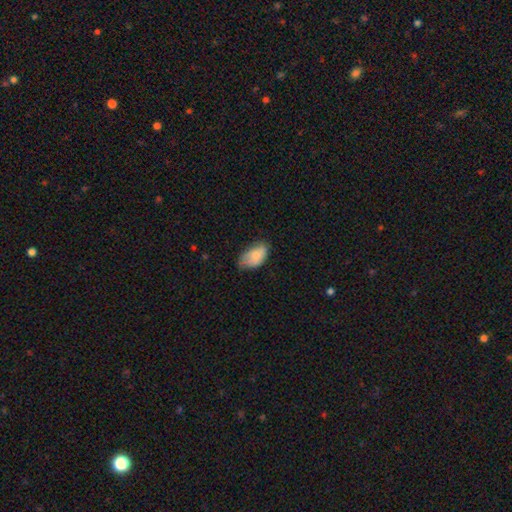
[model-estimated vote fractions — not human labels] A smooth galaxy with no disk features (78%) that is in between round and cigar-shaped (93%).

Vote fractions:
- Smooth or featured? smooth: 78% / featured or disk: 15% / star or artifact: 7%
- How rounded? in between: 93% / round: 5% / cigar-shaped: 2%
- Merging? none: 52% / minor disturbance: 37% / major disturbance: 9% / merger: 2%